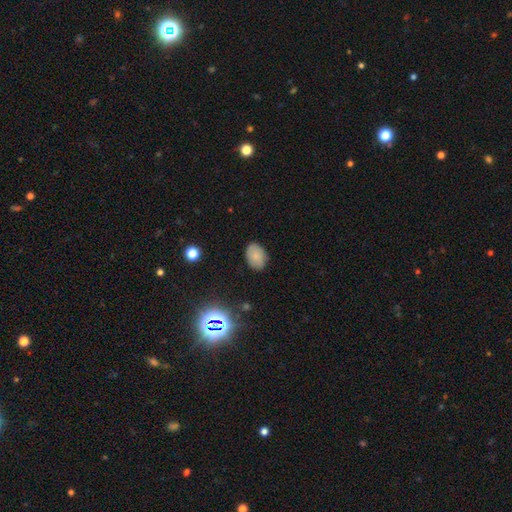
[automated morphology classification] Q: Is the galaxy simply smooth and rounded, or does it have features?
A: smooth — 79%.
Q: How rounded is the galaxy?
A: in between — 82%.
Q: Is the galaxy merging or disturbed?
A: none — 81%.